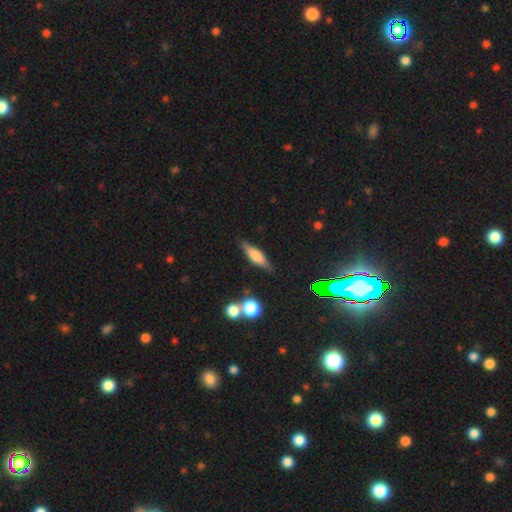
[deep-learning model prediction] Smooth or featured? Predicted: smooth (p=0.56). How rounded? Predicted: cigar-shaped (p=0.63). Merging? Predicted: none (p=0.79).